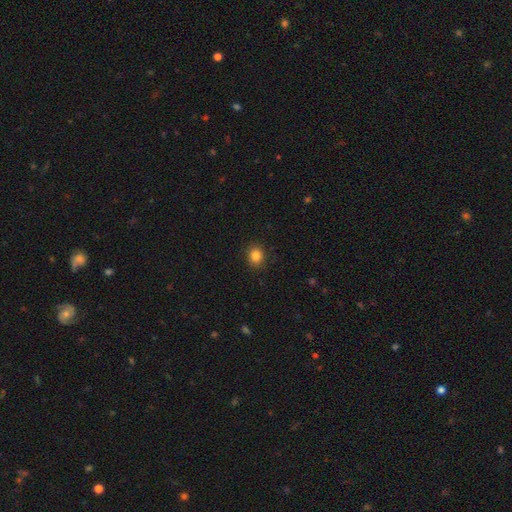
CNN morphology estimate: smooth_or_featured: smooth (p=0.84) [alt: star or artifact p=0.11]
how_rounded: round (p=0.75) [alt: in between p=0.24]
merging: none (p=0.90) [alt: minor disturbance p=0.07]